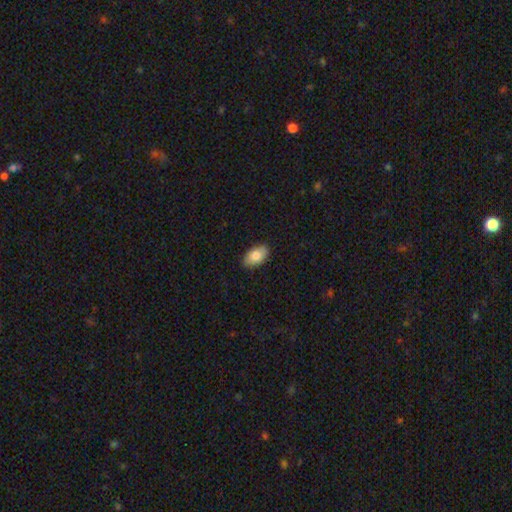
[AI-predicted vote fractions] Smooth or featured: smooth — 82% (featured or disk — 12%)
How rounded: in between — 94% (round — 4%)
Merging: none — 85% (minor disturbance — 12%)